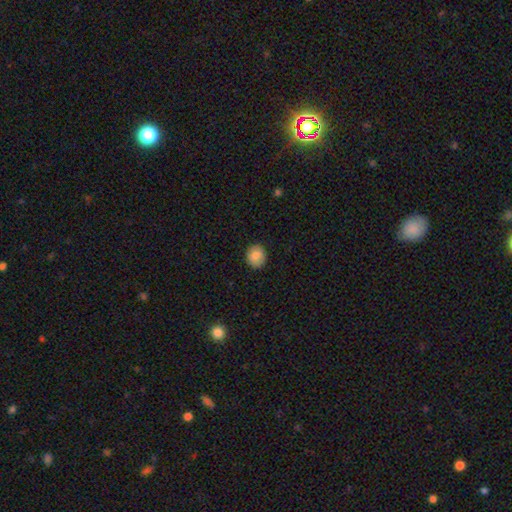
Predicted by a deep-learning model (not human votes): Smooth or featured: smooth — 85% (star or artifact — 8%)
How rounded: round — 74% (in between — 25%)
Merging: none — 88% (minor disturbance — 9%)